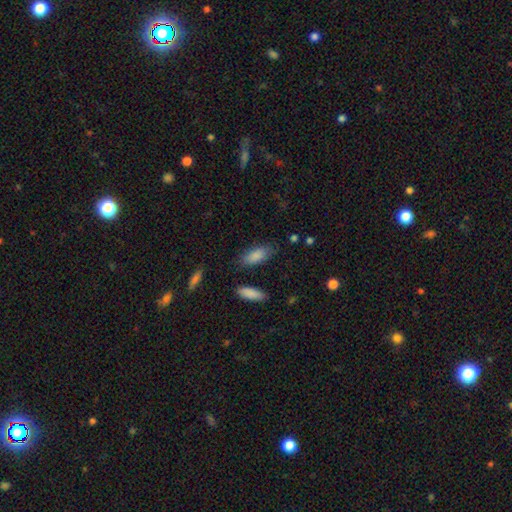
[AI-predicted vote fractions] This is clearly a smooth galaxy (86%). How rounded: clearly in between (81%). Merging: likely none (78%).